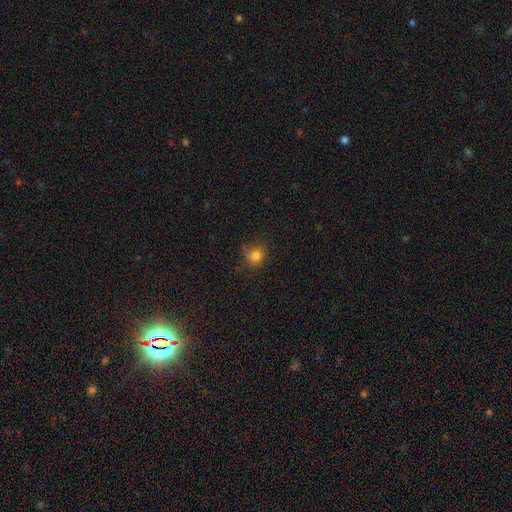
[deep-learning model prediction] smooth-or-featured: smooth: 80% | star or artifact: 13% | featured or disk: 7%
  how-rounded: round: 83% | in between: 16% | cigar-shaped: 1%
  merging: none: 70% | minor disturbance: 21% | major disturbance: 8% | merger: 2%